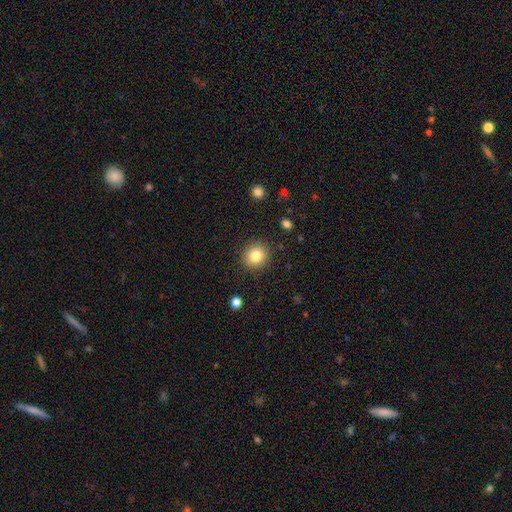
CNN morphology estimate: Smooth or featured: smooth — 83% (star or artifact — 10%)
How rounded: round — 88% (in between — 11%)
Merging: none — 89% (minor disturbance — 7%)